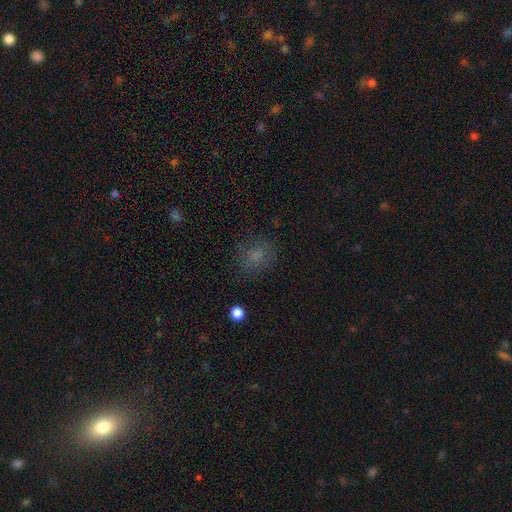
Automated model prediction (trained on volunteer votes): Smooth or featured? smooth (68%)
How rounded? round (58%)
Merging? none (72%)